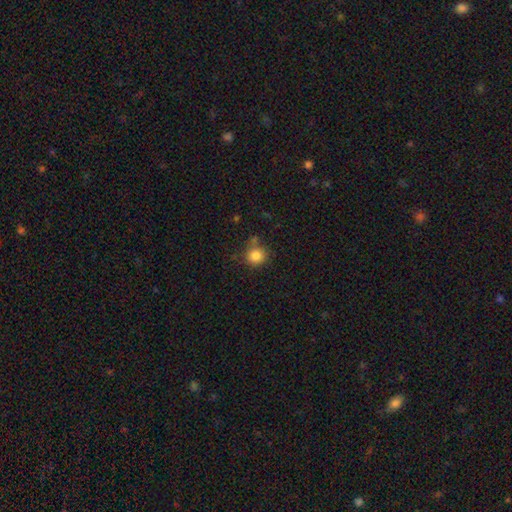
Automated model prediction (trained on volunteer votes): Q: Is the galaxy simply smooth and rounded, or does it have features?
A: smooth — 84%.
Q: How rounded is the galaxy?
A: round — 89%.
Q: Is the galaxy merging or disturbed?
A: none — 73%.